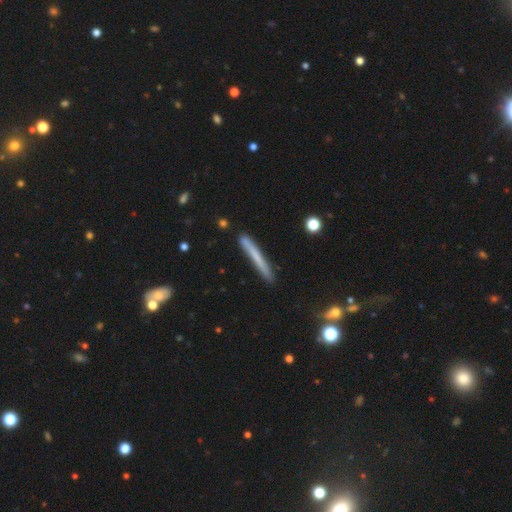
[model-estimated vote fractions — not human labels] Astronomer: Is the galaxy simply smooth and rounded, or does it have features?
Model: smooth — 60%.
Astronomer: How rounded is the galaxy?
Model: cigar-shaped — 97%.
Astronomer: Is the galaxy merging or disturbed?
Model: none — 84%.